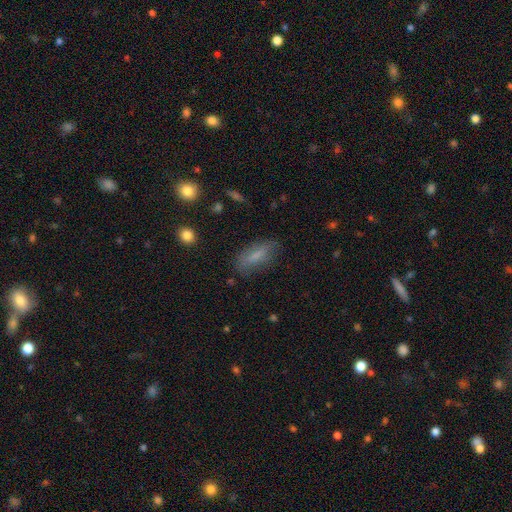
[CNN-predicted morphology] The model was most divided on "how rounded": in between: 63%, cigar-shaped: 34%, round: 3%. More confident: merging — none (75%); smooth or featured — smooth (70%).